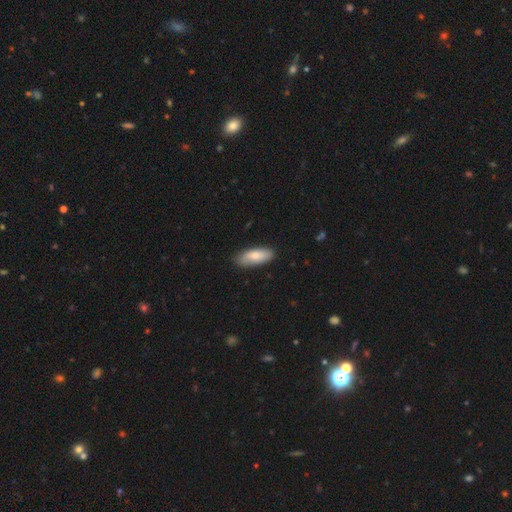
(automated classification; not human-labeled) This appears to be a smooth galaxy with no disk features (76%) that is in between round and cigar-shaped (77%). Merging: none (84%).